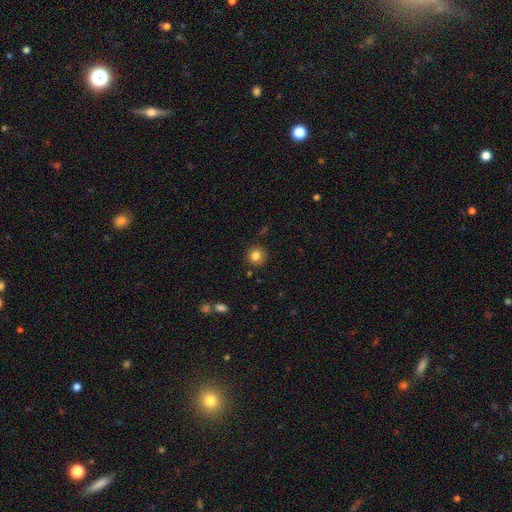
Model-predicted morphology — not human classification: The model was most divided on "smooth or featured": smooth: 82%, star or artifact: 11%, featured or disk: 7%. More confident: how rounded — round (91%); merging — none (86%).